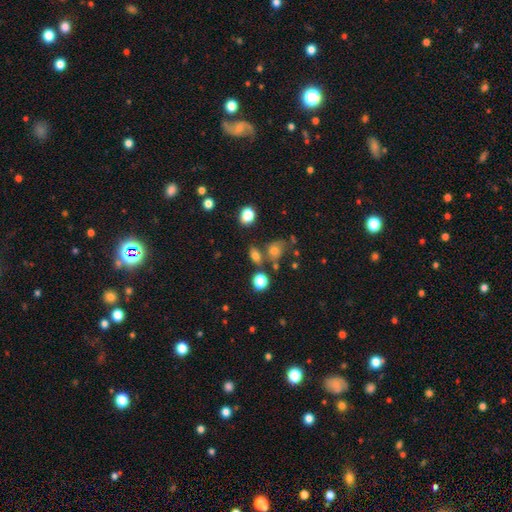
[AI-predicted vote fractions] smooth 72%, star or artifact 17%, featured or disk 11%. Down the decision tree: how rounded — in between (68%); merging — none (67%).